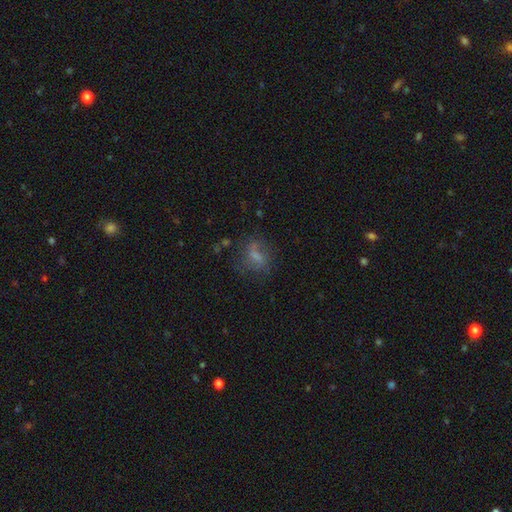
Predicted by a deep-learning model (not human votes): Morphology: type=smooth (54%); roundness=in between (56%); merging=none (57%).